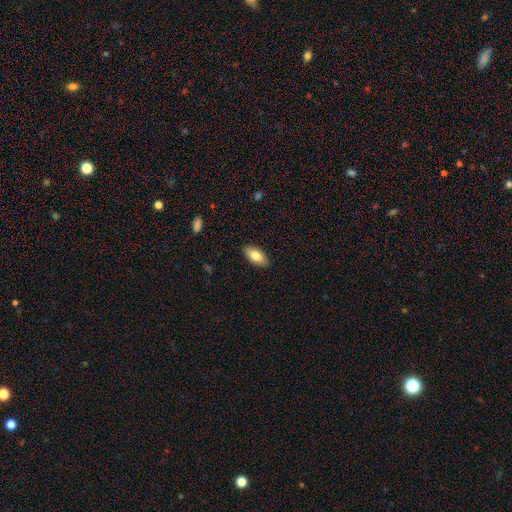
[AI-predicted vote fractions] Smooth or featured? smooth (80%)
How rounded? in between (92%)
Merging? none (88%)